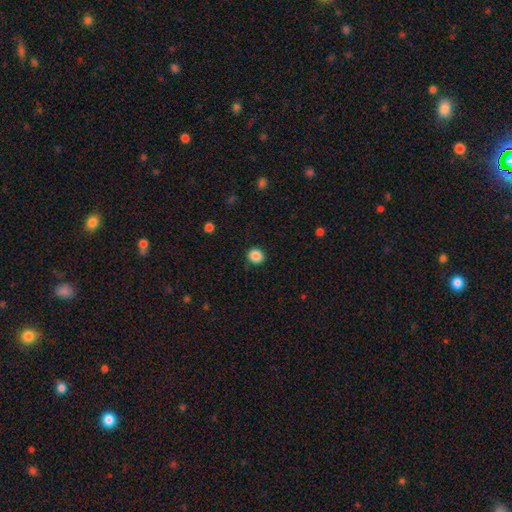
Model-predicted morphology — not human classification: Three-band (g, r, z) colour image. It shows a smooth galaxy with no disk features (87%) that is round (84%). Merging: none (89%).